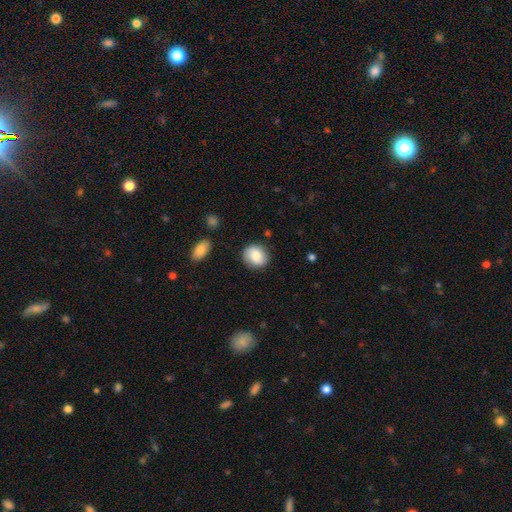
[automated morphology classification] Smooth or featured?
  - smooth: 81% *
  - featured or disk: 12%
  - star or artifact: 7%
How rounded?
  - round: 74% *
  - in between: 25%
  - cigar-shaped: 1%
Merging?
  - none: 84% *
  - minor disturbance: 12%
  - major disturbance: 3%
  - merger: 2%